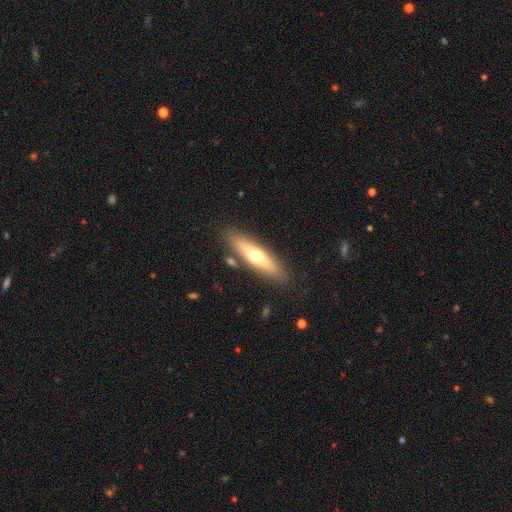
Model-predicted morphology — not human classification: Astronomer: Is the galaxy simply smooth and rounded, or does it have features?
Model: smooth — 51% (runner-up: featured or disk, 43%).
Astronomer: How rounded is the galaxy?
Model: cigar-shaped — 75%.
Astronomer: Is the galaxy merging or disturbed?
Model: none — 84%.